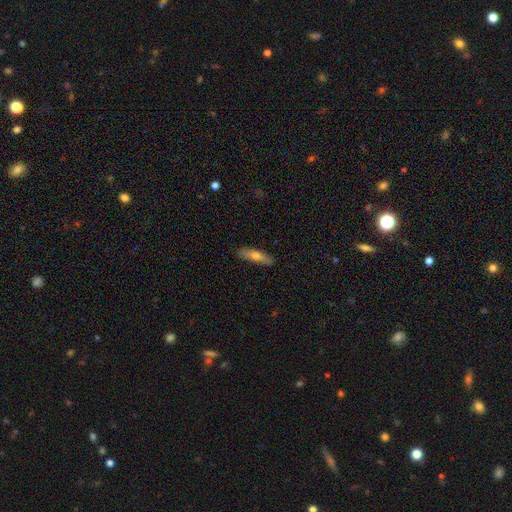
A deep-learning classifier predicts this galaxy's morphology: smooth 57%, featured or disk 37%, star or artifact 6%. Down the decision tree: how rounded — cigar-shaped (75%); merging — none (86%).